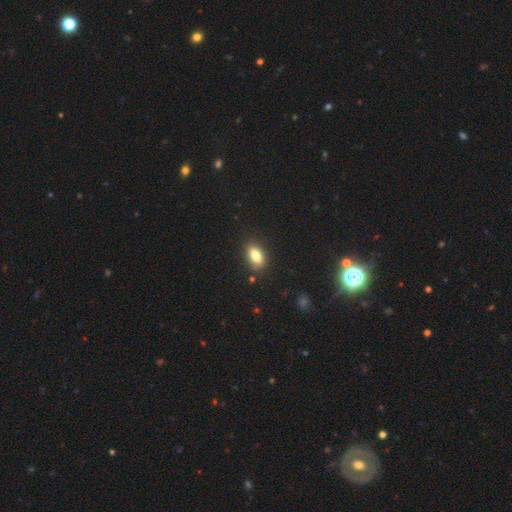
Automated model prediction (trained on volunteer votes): Smooth or featured? smooth (80%)
How rounded? in between (87%)
Merging? none (80%)